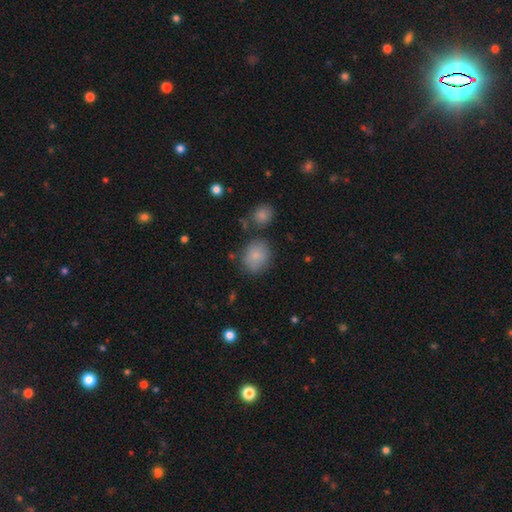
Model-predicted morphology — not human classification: Smooth or featured? Predicted: smooth (p=0.83). How rounded? Predicted: round (p=0.62). Merging? Predicted: none (p=0.72).